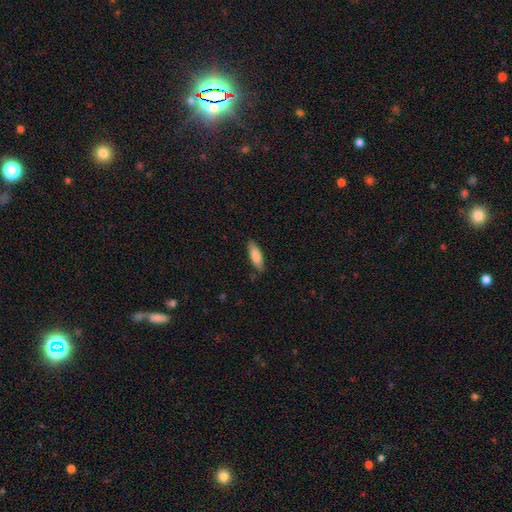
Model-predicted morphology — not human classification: This is clearly a smooth galaxy (83%). How rounded: possibly in between (52%). Merging: clearly none (84%).